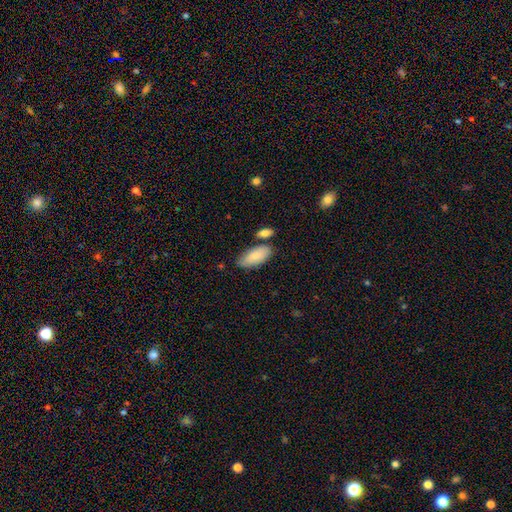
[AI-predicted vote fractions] Smooth or featured? Predicted: smooth (p=0.82). How rounded? Predicted: in between (p=0.90). Merging? Predicted: none (p=0.72).